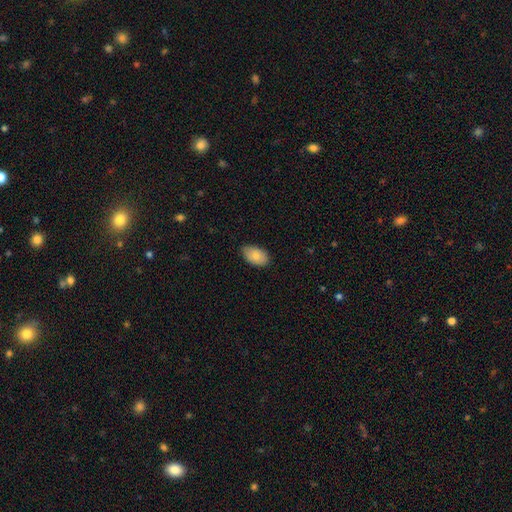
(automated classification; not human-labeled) Smooth or featured: smooth — 83% (featured or disk — 10%)
How rounded: in between — 93% (round — 6%)
Merging: none — 82% (minor disturbance — 15%)